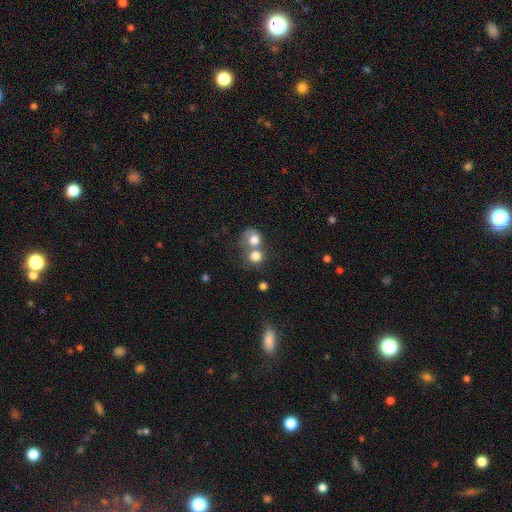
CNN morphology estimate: A smooth galaxy with no disk features (76%) that is round (78%).

Vote fractions:
- Smooth or featured? smooth: 76% / featured or disk: 14% / star or artifact: 10%
- How rounded? round: 78% / in between: 21% / cigar-shaped: 1%
- Merging? merger: 58% / none: 30% / minor disturbance: 7% / major disturbance: 5%